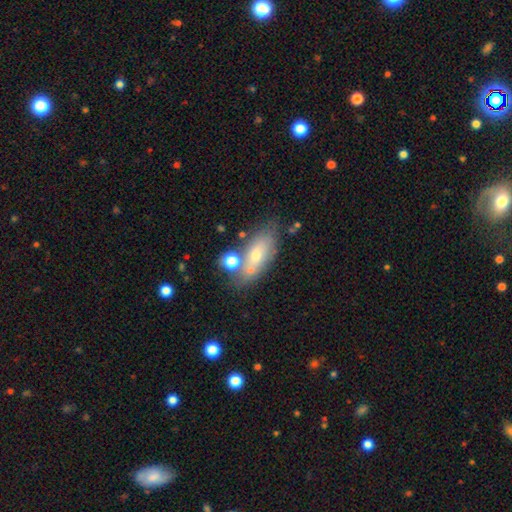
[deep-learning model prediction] A smooth galaxy with no disk features (60%) that is in between round and cigar-shaped (77%).

Vote fractions:
- Smooth or featured? smooth: 60% / featured or disk: 31% / star or artifact: 10%
- How rounded? in between: 77% / cigar-shaped: 18% / round: 5%
- Merging? none: 61% / minor disturbance: 18% / merger: 14% / major disturbance: 7%